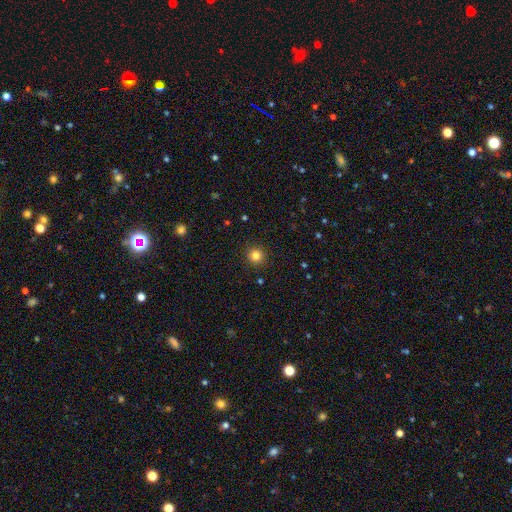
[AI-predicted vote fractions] Smooth or featured?
  - smooth: 82% *
  - star or artifact: 13%
  - featured or disk: 5%
How rounded?
  - round: 94% *
  - in between: 5%
  - cigar-shaped: 1%
Merging?
  - none: 92% *
  - minor disturbance: 5%
  - major disturbance: 2%
  - merger: 1%